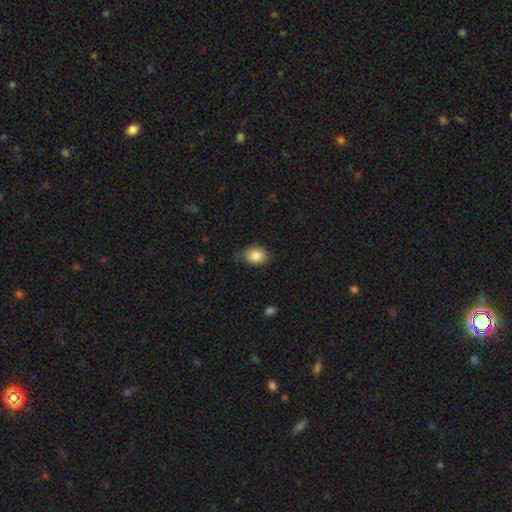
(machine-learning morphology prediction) This appears to be a smooth galaxy with no disk features (85%) that is in between round and cigar-shaped (67%). Merging: none (71%).